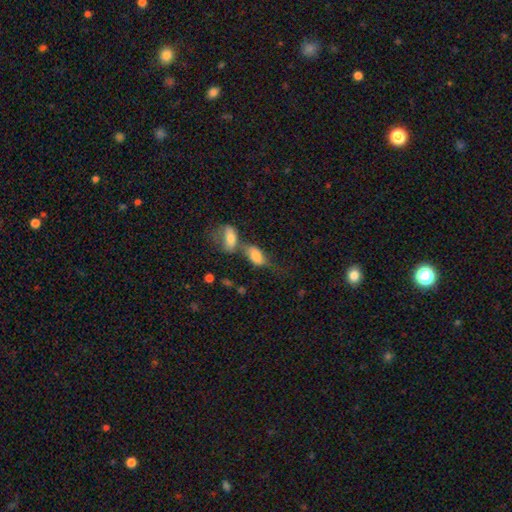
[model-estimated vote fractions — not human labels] Smooth or featured? smooth (71%)
How rounded? in between (87%)
Merging? merger (54%)